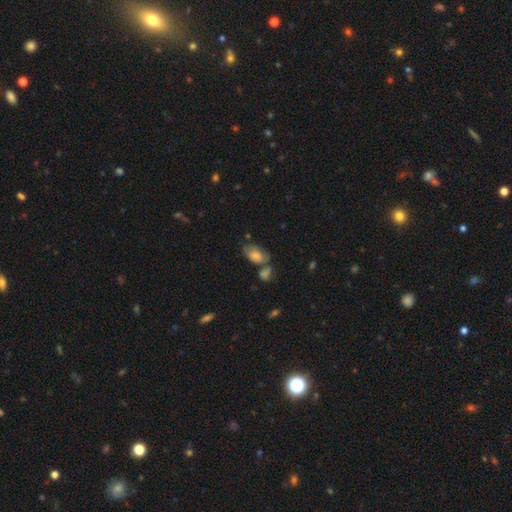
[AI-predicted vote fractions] Smooth or featured?
  - smooth: 66% *
  - featured or disk: 22%
  - star or artifact: 12%
How rounded?
  - in between: 88% *
  - round: 10%
  - cigar-shaped: 2%
Merging?
  - none: 49% *
  - merger: 25%
  - minor disturbance: 18%
  - major disturbance: 8%